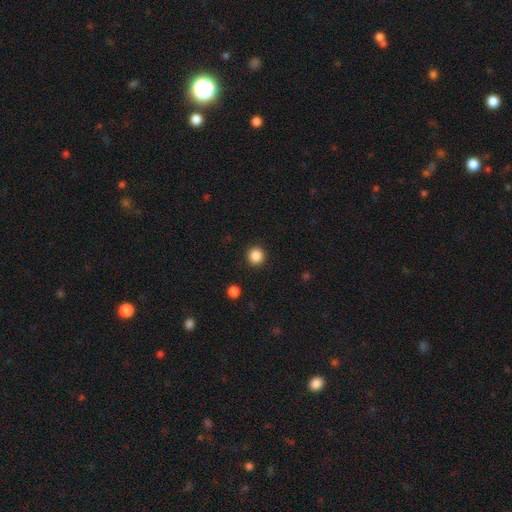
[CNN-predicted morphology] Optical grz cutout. It shows a smooth galaxy with no disk features (87%) that is round (94%). Merging: none (92%).